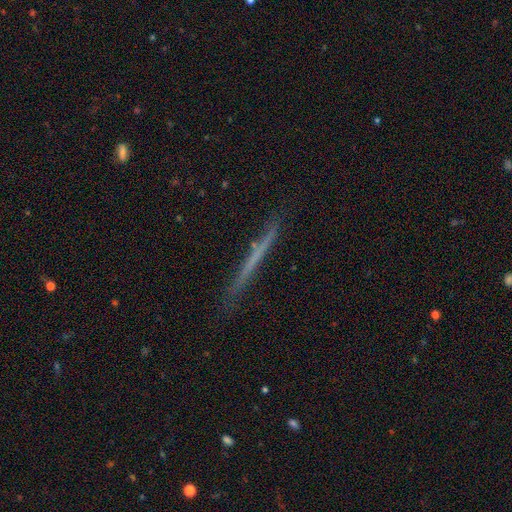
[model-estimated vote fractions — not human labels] Smooth or featured? featured or disk (50%)
Edge-on disk? yes (95%)
Merging? none (86%)